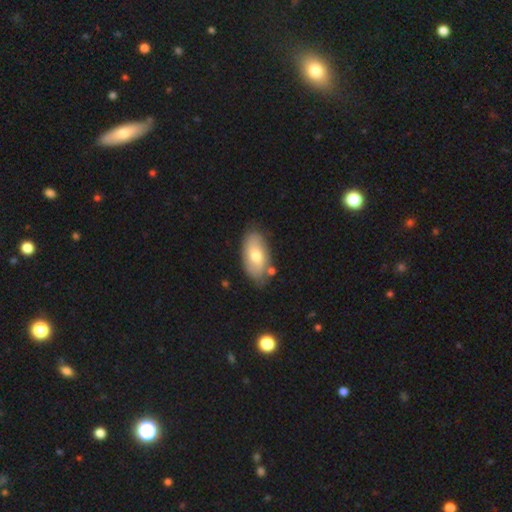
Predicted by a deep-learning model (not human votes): Smooth or featured: smooth — 61% (featured or disk — 33%)
How rounded: in between — 93% (cigar-shaped — 4%)
Merging: none — 77% (minor disturbance — 15%)